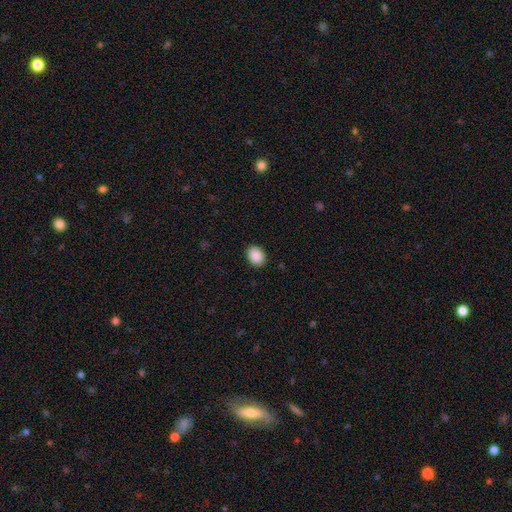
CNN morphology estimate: The model was most divided on "how rounded": in between: 59%, round: 40%, cigar-shaped: 1%. More confident: smooth or featured — smooth (90%); merging — none (89%).